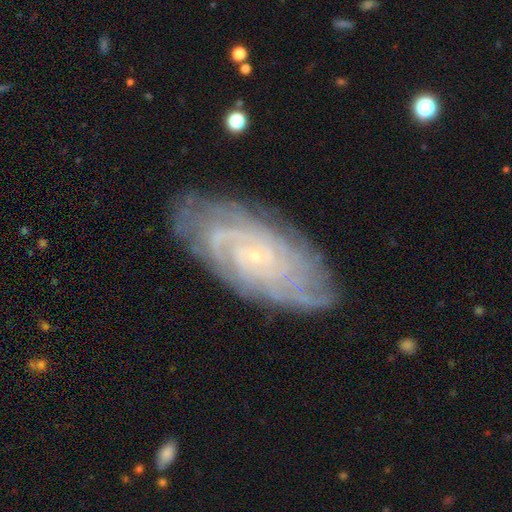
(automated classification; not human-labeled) Morphology: type=featured or disk (84%); edge-on=no (94%); bar=no (75%); spiral arms=yes (96%); winding=tight (77%); arm count=can't tell (36%); bulge=small (87%); merging=none (79%).